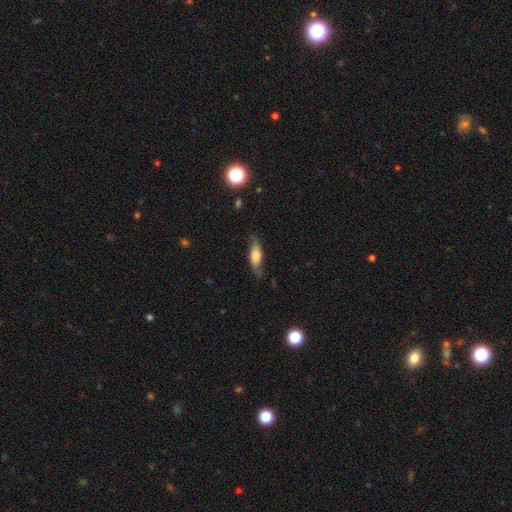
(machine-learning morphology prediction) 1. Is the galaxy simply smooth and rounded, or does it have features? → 50% smooth, 43% featured or disk, 8% star or artifact.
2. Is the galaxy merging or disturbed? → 69% none, 23% minor disturbance, 7% major disturbance, 2% merger.